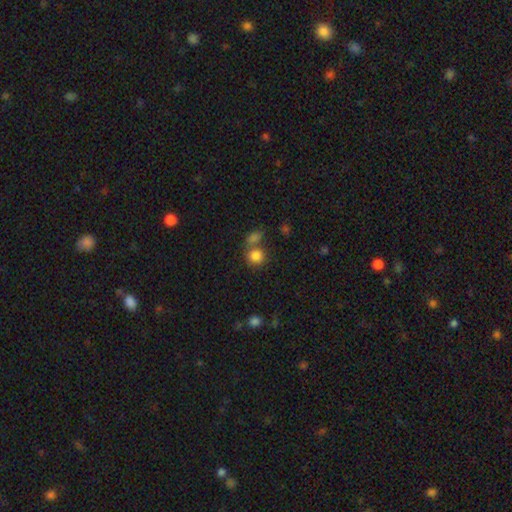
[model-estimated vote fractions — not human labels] A smooth galaxy with no disk features (82%) that is round (77%). Merging: none (50%).